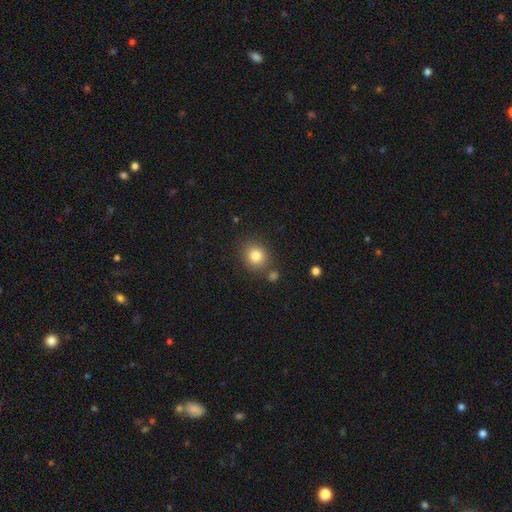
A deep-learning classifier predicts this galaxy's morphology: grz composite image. It shows a smooth galaxy with no disk features (82%) that is round (79%). Merging: none (79%).